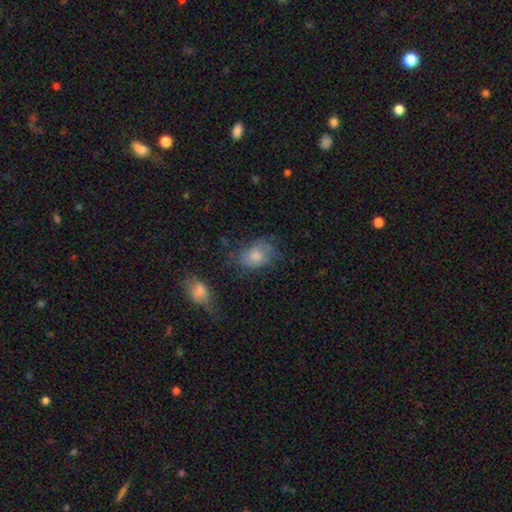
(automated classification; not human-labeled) smooth_or_featured: smooth (p=0.62) [alt: featured or disk p=0.28]
how_rounded: in between (p=0.77) [alt: round p=0.22]
merging: none (p=0.46) [alt: minor disturbance p=0.28]